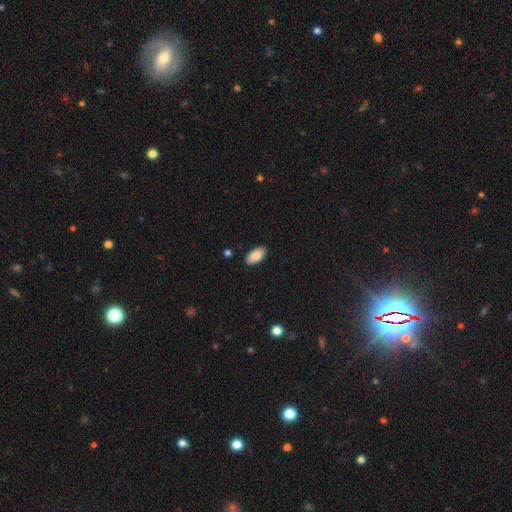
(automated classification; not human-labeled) Morphology: type=smooth (87%); roundness=in between (95%); merging=none (87%).